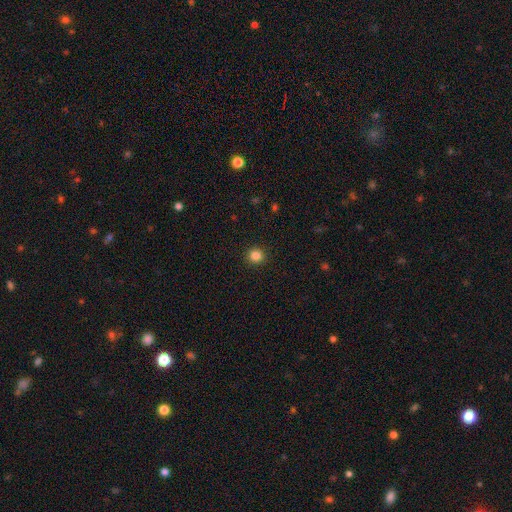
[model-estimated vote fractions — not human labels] Morphology: type=smooth (84%); roundness=round (93%); merging=none (93%).